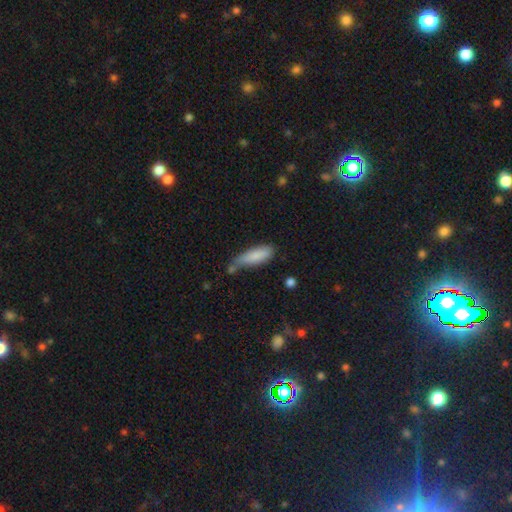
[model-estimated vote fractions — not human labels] Smooth or featured? smooth (83%)
How rounded? cigar-shaped (53%)
Merging? none (46%)